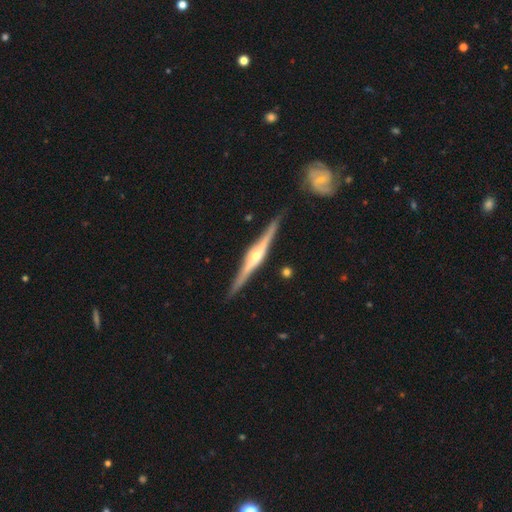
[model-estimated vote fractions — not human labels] smooth-or-featured: featured or disk: 87% | smooth: 8% | star or artifact: 5%
  disk-edge-on: yes: 98% | no: 2%
    edge-on-bulge: rounded: 86% | boxy: 10% | none: 4%
  merging: none: 89% | minor disturbance: 8% | merger: 2% | major disturbance: 2%